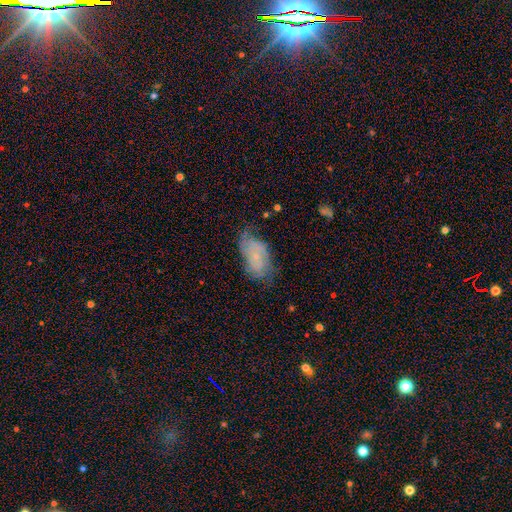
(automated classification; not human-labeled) Morphology: type=featured or disk (50%); edge-on=no (95%); merging=none (48%).